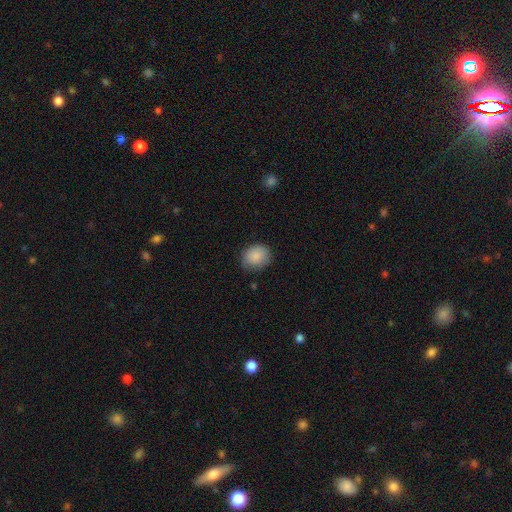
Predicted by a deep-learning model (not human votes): smooth 88%, star or artifact 7%, featured or disk 5%. Down the decision tree: how rounded — round (61%); merging — none (77%).